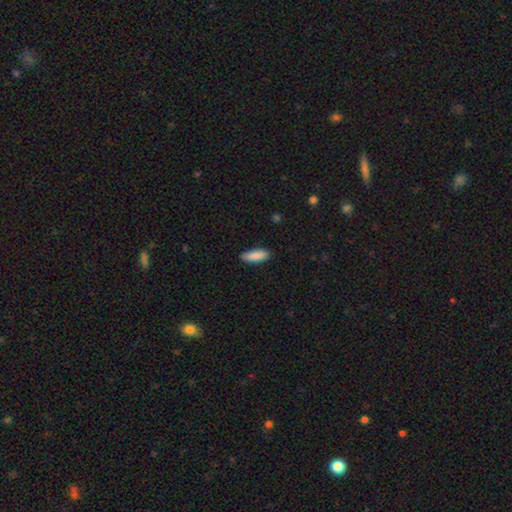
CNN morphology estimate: smooth_or_featured: smooth (p=0.89) [alt: star or artifact p=0.06]
how_rounded: in between (p=0.60) [alt: cigar-shaped p=0.39]
merging: none (p=0.86) [alt: minor disturbance p=0.11]